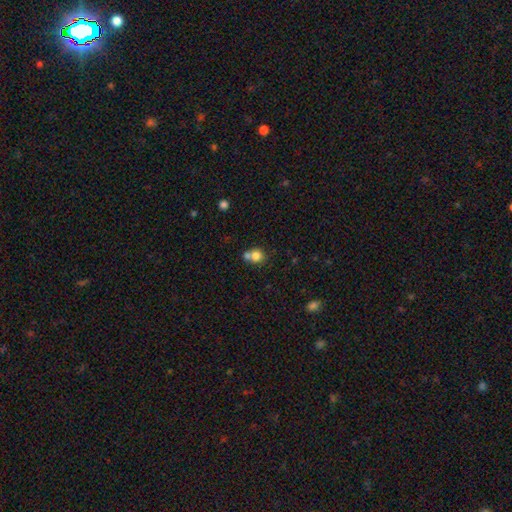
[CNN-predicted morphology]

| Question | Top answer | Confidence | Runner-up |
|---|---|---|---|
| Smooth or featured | smooth | 79% | star or artifact (11%) |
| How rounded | round | 82% | in between (17%) |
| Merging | merger | 45% | none (44%) |